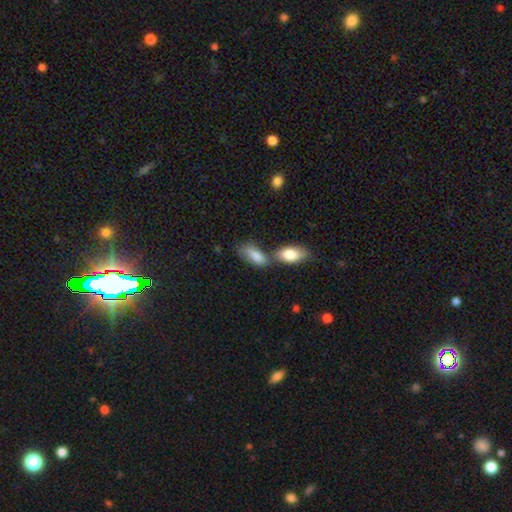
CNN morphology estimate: smooth-or-featured: smooth: 83% | featured or disk: 10% | star or artifact: 7%
  how-rounded: in between: 87% | cigar-shaped: 10% | round: 3%
  merging: merger: 44% | none: 36% | minor disturbance: 14% | major disturbance: 6%